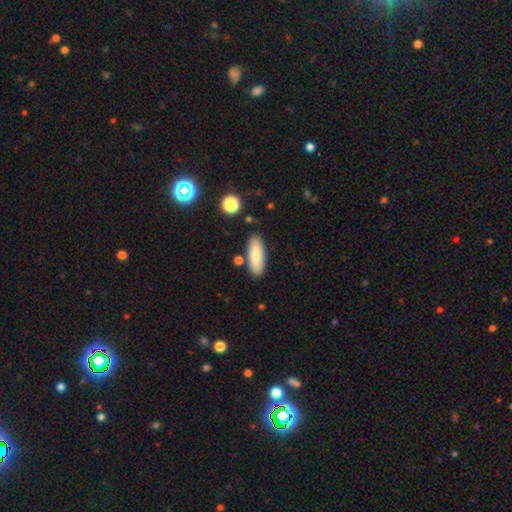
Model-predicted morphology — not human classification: Smooth or featured?
  - smooth: 85% *
  - featured or disk: 9%
  - star or artifact: 6%
How rounded?
  - in between: 64% *
  - cigar-shaped: 34%
  - round: 2%
Merging?
  - none: 83% *
  - minor disturbance: 10%
  - merger: 4%
  - major disturbance: 2%